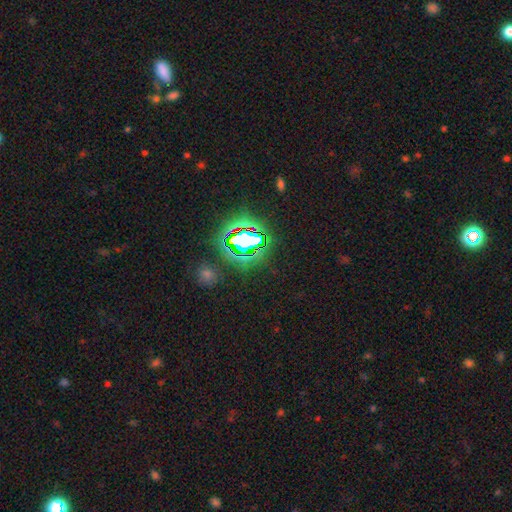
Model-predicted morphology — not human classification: Overall: star or artifact (81%).